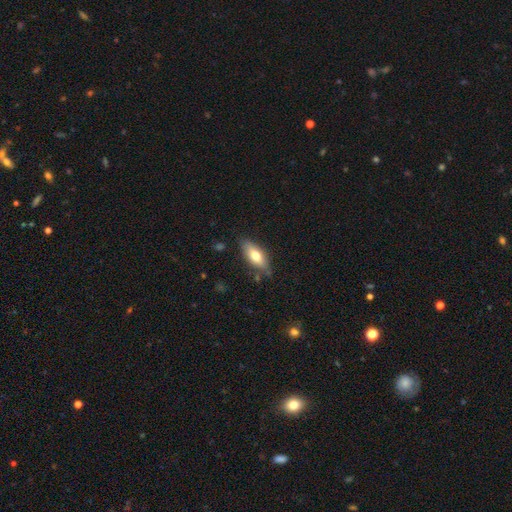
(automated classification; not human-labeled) smooth 68%, featured or disk 26%, star or artifact 7%. Down the decision tree: how rounded — in between (78%); merging — none (79%).